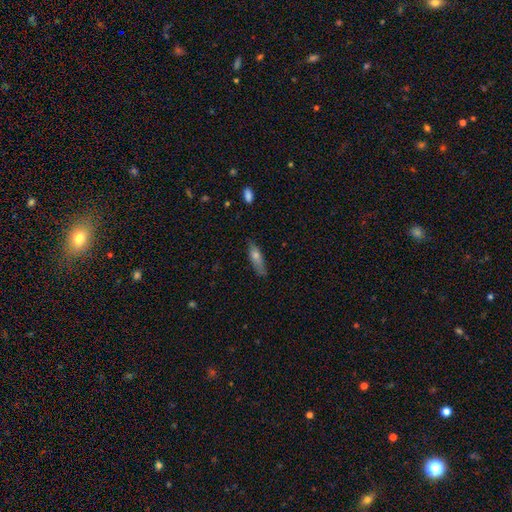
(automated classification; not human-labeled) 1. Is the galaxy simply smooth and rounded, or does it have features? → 61% smooth, 31% featured or disk, 8% star or artifact.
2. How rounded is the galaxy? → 69% cigar-shaped, 28% in between, 2% round.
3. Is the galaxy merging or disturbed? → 73% none, 21% minor disturbance, 4% major disturbance, 2% merger.